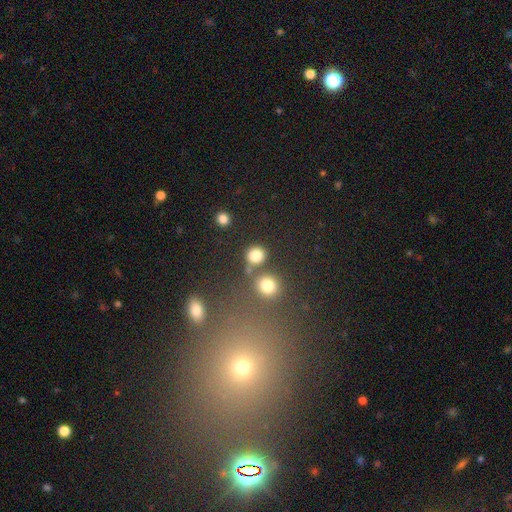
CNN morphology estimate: Overall: smooth (80%). How rounded: round (86%). Merging: none (71%).